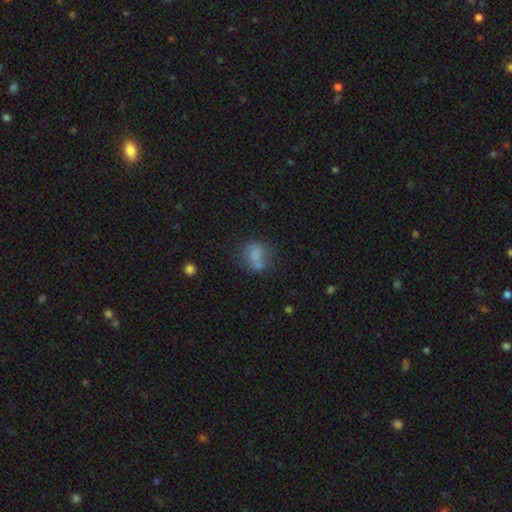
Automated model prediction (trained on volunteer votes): Smooth or featured? smooth (71%)
How rounded? round (51%)
Merging? none (47%)